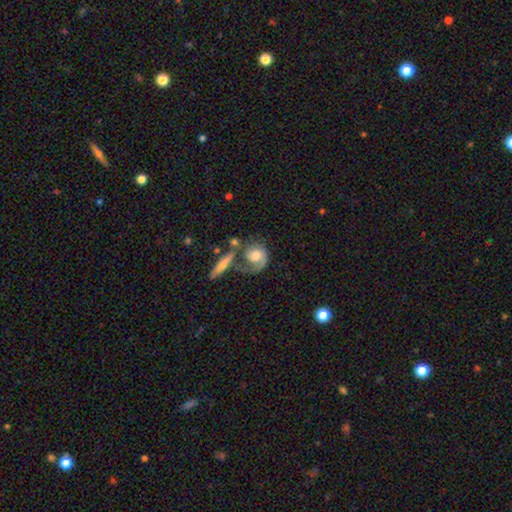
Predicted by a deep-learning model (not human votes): Smooth or featured: featured or disk — 61% (smooth — 33%)
Edge-on disk: no — 93% (yes — 7%)
Bar: no — 73% (weak — 22%)
Spiral arms: yes — 84% (no — 16%)
Bulge size: moderate — 48% (large — 28%)
Merging: none — 35% (merger — 28%)